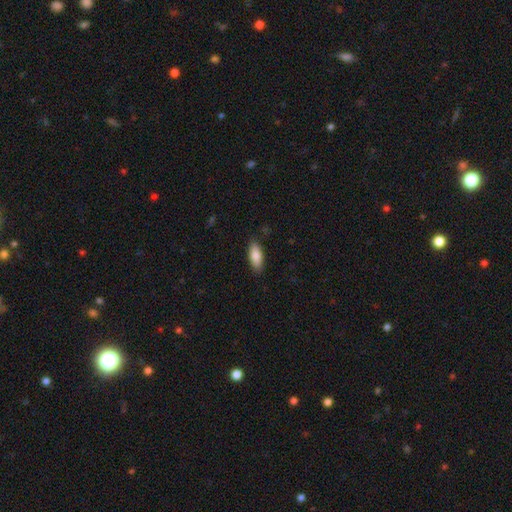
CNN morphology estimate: smooth-or-featured: smooth: 84% | featured or disk: 10% | star or artifact: 6%
  how-rounded: in between: 80% | cigar-shaped: 18% | round: 2%
  merging: none: 86% | minor disturbance: 10% | major disturbance: 2% | merger: 1%